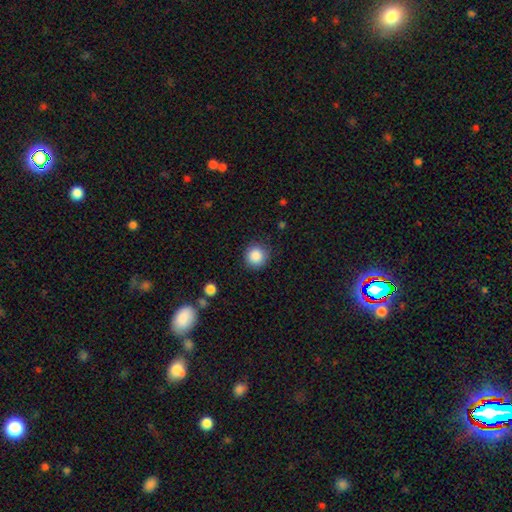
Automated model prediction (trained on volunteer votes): Smooth or featured? smooth (87%)
How rounded? round (93%)
Merging? none (87%)